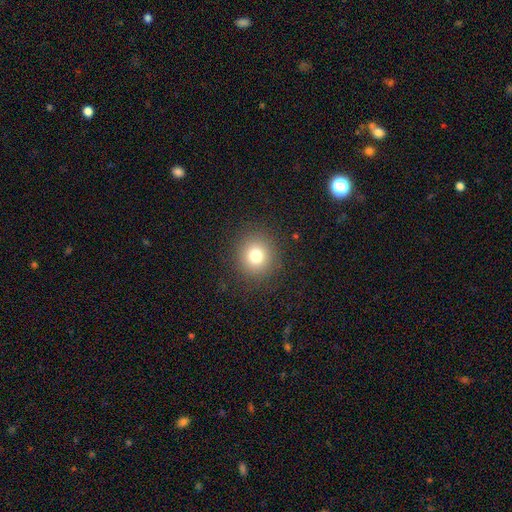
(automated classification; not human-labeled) Smooth or featured? smooth (78%)
How rounded? round (89%)
Merging? none (89%)